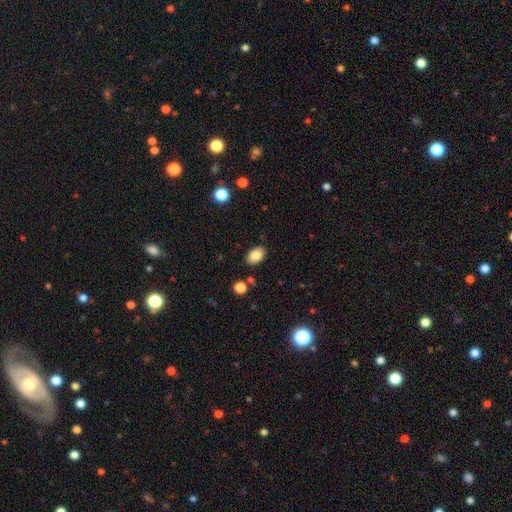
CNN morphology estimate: smooth_or_featured: smooth (p=0.83) [alt: star or artifact p=0.08]
how_rounded: in between (p=0.89) [alt: round p=0.10]
merging: none (p=0.85) [alt: minor disturbance p=0.10]